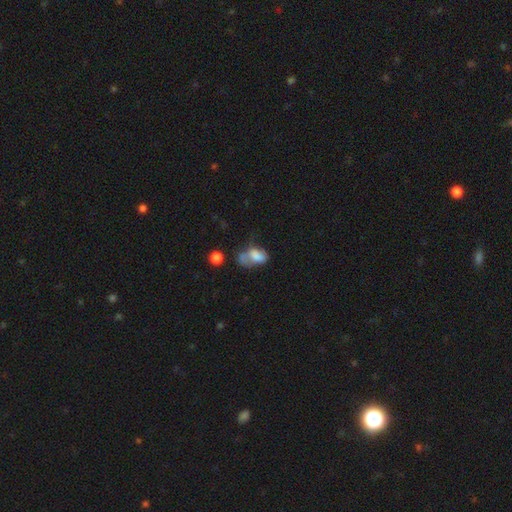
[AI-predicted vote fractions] Smooth or featured? Predicted: smooth (p=0.61). How rounded? Predicted: in between (p=0.85). Merging? Predicted: major disturbance (p=0.32).